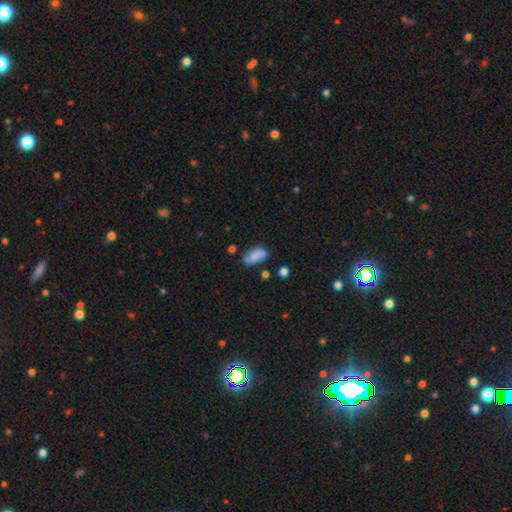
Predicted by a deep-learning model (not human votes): Smooth or featured?
  - smooth: 81% *
  - featured or disk: 10%
  - star or artifact: 8%
How rounded?
  - in between: 89% *
  - cigar-shaped: 7%
  - round: 4%
Merging?
  - none: 59% *
  - minor disturbance: 25%
  - merger: 8%
  - major disturbance: 7%